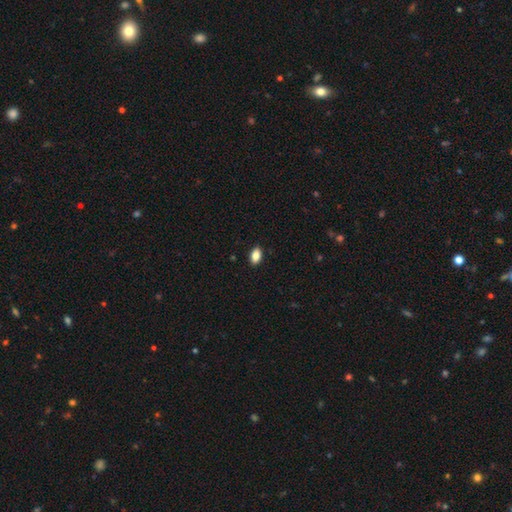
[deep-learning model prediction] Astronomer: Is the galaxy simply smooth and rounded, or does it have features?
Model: smooth — 86%.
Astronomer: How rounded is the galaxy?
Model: in between — 90%.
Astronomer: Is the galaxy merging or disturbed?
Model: none — 90%.